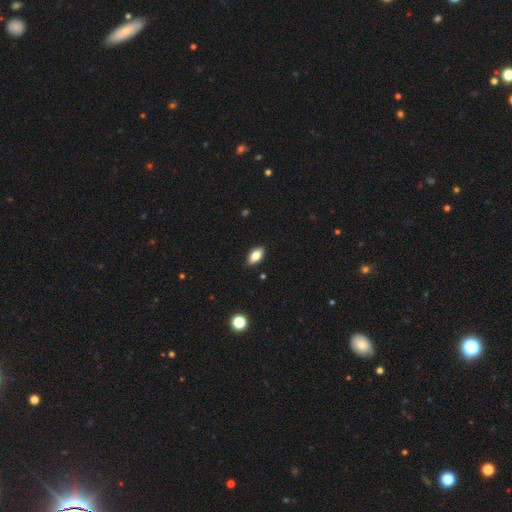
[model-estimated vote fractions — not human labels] smooth 82%, featured or disk 10%, star or artifact 8%. Down the decision tree: how rounded — in between (91%); merging — none (88%).